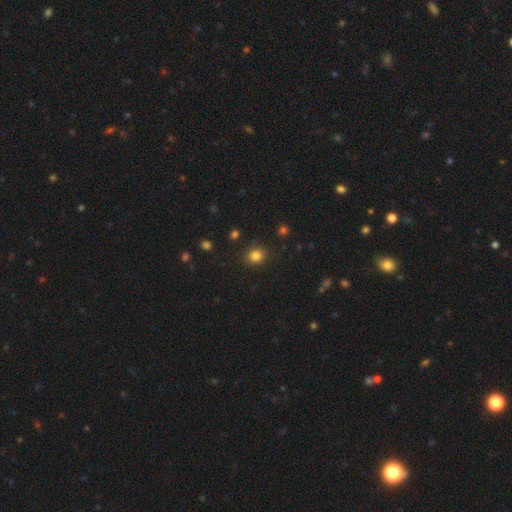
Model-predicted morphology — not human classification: Smooth or featured? smooth (83%)
How rounded? round (84%)
Merging? none (87%)